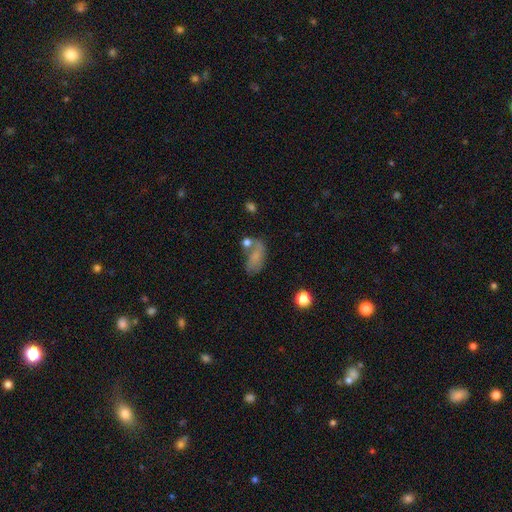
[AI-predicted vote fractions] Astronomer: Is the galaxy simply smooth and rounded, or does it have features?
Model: smooth — 61%.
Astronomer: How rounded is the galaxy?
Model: in between — 87%.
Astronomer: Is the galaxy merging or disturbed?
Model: none — 37% (runner-up: minor disturbance, 23%).